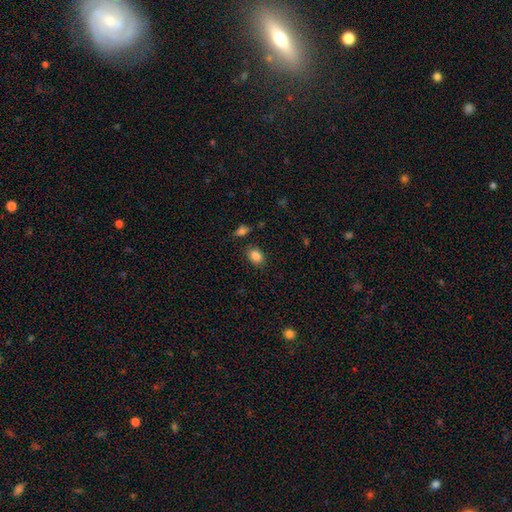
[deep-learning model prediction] Q: Smooth or featured?
A: smooth (86%); runner-up: star or artifact (9%)
Q: How rounded?
A: in between (68%); runner-up: round (31%)
Q: Merging?
A: none (82%); runner-up: minor disturbance (11%)